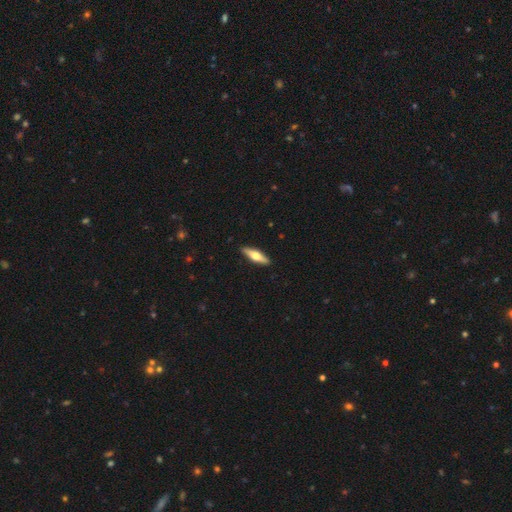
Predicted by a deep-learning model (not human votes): Q: Smooth or featured?
A: featured or disk (49%); runner-up: smooth (45%)
Q: Merging?
A: none (91%); runner-up: minor disturbance (7%)